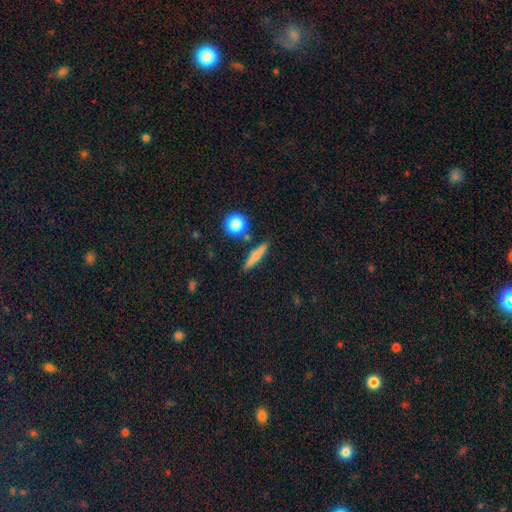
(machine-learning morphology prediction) type=smooth (68%); roundness=cigar-shaped (81%); merging=none (85%).